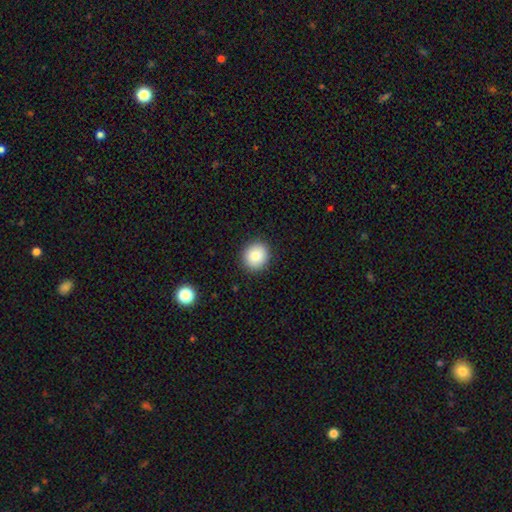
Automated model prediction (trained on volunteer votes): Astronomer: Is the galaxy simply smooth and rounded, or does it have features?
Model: smooth — 85%.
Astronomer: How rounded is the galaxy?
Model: round — 87%.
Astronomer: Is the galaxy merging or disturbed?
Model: none — 91%.